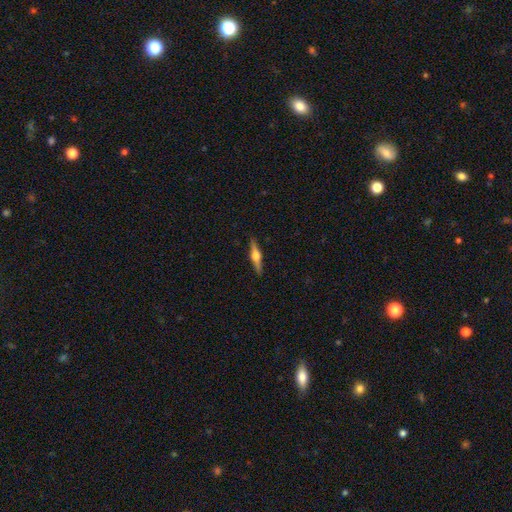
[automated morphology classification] This is likely a featured or disk galaxy (71%). It is clearly viewed edge-on (98%). Edge-on bulge: clearly rounded (94%). Merging: clearly none (91%).